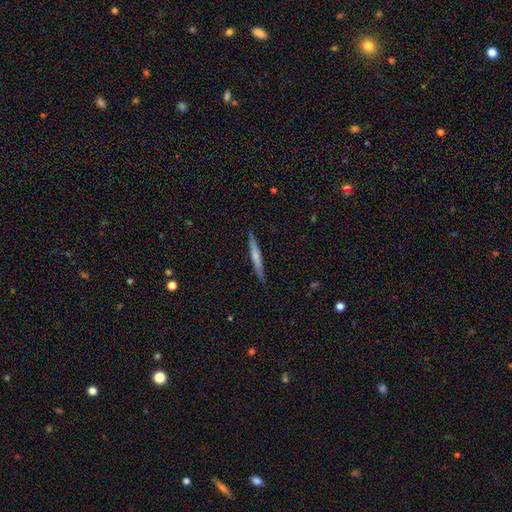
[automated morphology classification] This is possibly a smooth galaxy (52%). How rounded: clearly cigar-shaped (96%). Merging: clearly none (89%).